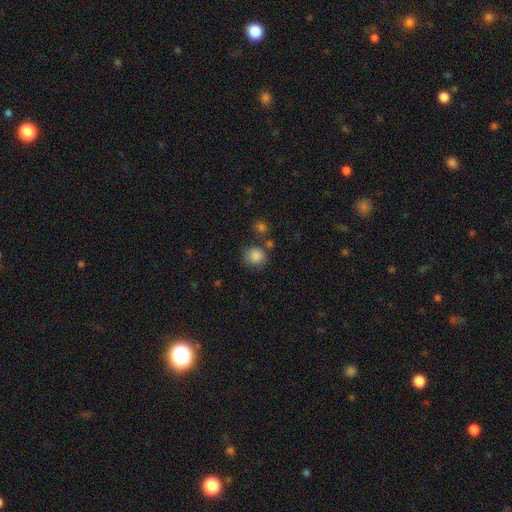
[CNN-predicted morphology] smooth-or-featured: smooth: 85% | star or artifact: 9% | featured or disk: 5%
  how-rounded: round: 86% | in between: 13% | cigar-shaped: 1%
  merging: none: 67% | minor disturbance: 17% | merger: 10% | major disturbance: 6%